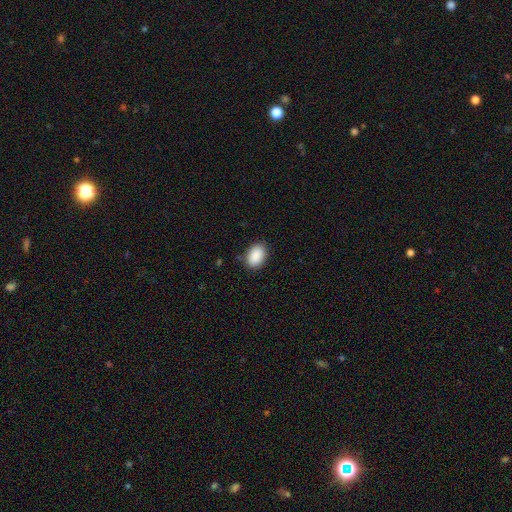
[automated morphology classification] A smooth galaxy with no disk features (90%) that is in between round and cigar-shaped (86%).

Vote fractions:
- Smooth or featured? smooth: 90% / star or artifact: 7% / featured or disk: 3%
- How rounded? in between: 86% / round: 13% / cigar-shaped: 1%
- Merging? none: 86% / minor disturbance: 11% / major disturbance: 2% / merger: 1%